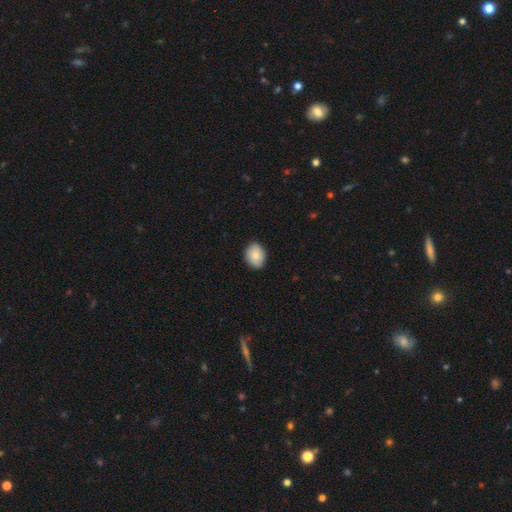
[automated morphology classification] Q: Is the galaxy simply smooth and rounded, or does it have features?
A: smooth — 81%.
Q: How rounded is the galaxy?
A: in between — 63%.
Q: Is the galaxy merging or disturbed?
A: none — 85%.